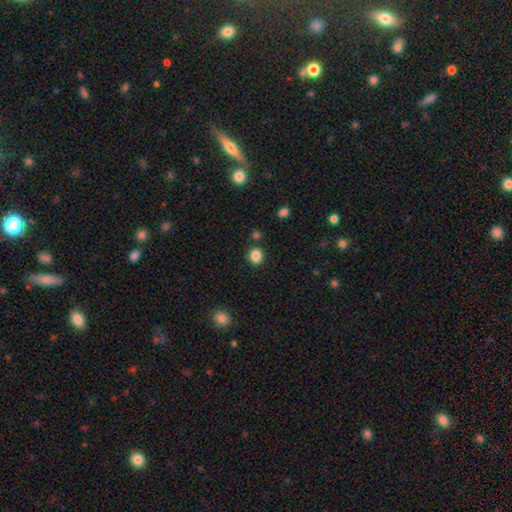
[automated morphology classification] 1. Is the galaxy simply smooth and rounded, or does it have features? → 86% smooth, 10% star or artifact, 4% featured or disk.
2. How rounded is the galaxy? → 77% round, 23% in between, 1% cigar-shaped.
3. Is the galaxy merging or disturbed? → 84% none, 8% minor disturbance, 5% merger, 3% major disturbance.